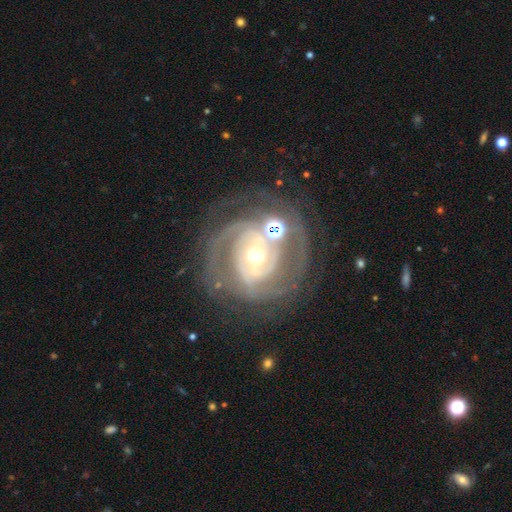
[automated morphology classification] featured or disk 89%, star or artifact 6%, smooth 5%. Down the decision tree: edge-on disk — no (97%); bar — no (52%); spiral arms — yes (96%); spiral arm count — 2 (45%); spiral winding — tight (66%); bulge size — moderate (56%); merging — none (63%).